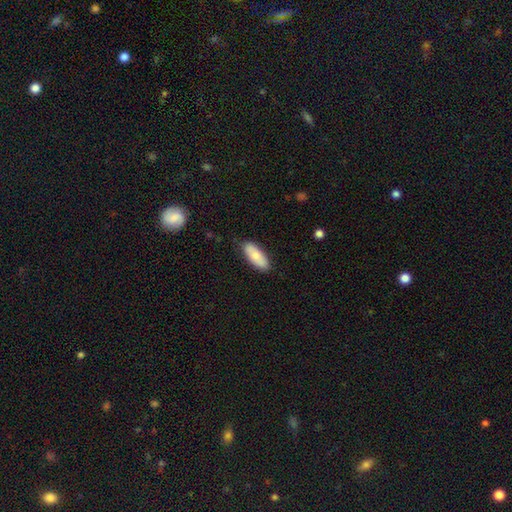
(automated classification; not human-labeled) Morphology: type=smooth (76%); roundness=in between (76%); merging=none (84%).